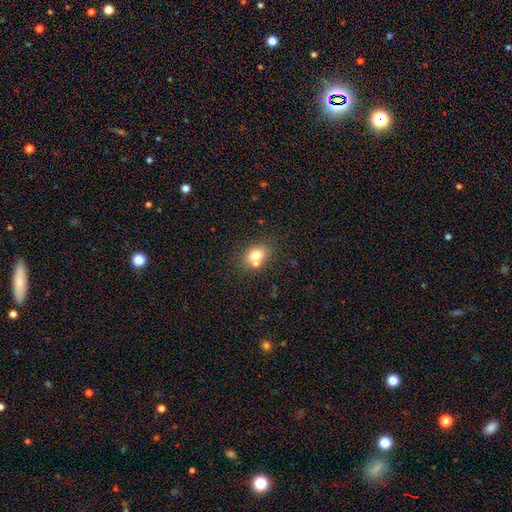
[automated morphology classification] Q: Smooth or featured?
A: smooth (73%); runner-up: featured or disk (15%)
Q: How rounded?
A: in between (57%); runner-up: round (41%)
Q: Merging?
A: none (57%); runner-up: merger (28%)